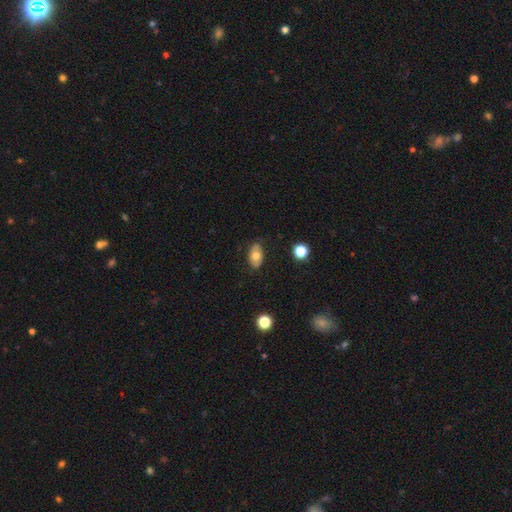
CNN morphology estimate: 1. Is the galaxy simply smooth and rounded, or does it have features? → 65% smooth, 27% featured or disk, 8% star or artifact.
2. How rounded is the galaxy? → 89% in between, 9% round, 2% cigar-shaped.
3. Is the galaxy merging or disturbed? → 79% none, 17% minor disturbance, 3% major disturbance, 1% merger.